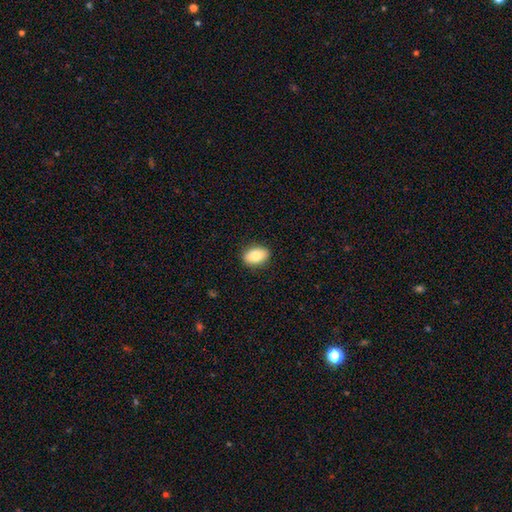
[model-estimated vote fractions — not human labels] Smooth or featured?
  - smooth: 83% *
  - featured or disk: 10%
  - star or artifact: 8%
How rounded?
  - in between: 85% *
  - round: 14%
  - cigar-shaped: 2%
Merging?
  - none: 89% *
  - minor disturbance: 8%
  - major disturbance: 2%
  - merger: 1%